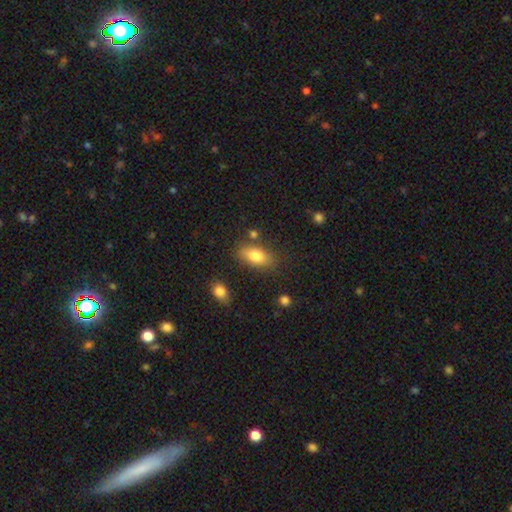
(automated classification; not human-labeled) smooth 80%, featured or disk 13%, star or artifact 8%. Down the decision tree: how rounded — in between (87%); merging — none (76%).